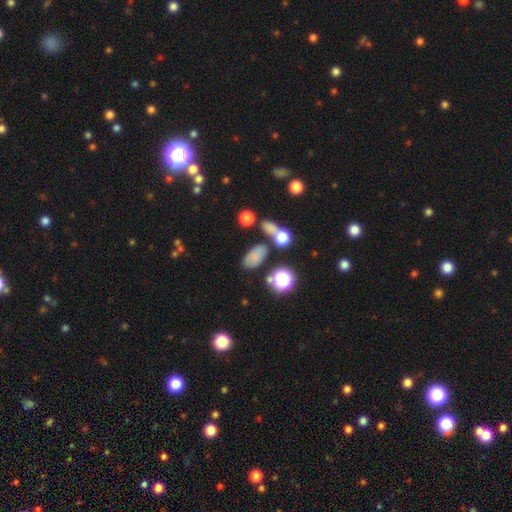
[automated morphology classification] Smooth or featured?
  - smooth: 72% *
  - star or artifact: 16%
  - featured or disk: 12%
How rounded?
  - in between: 86% *
  - round: 10%
  - cigar-shaped: 4%
Merging?
  - none: 64% *
  - merger: 15%
  - minor disturbance: 15%
  - major disturbance: 6%